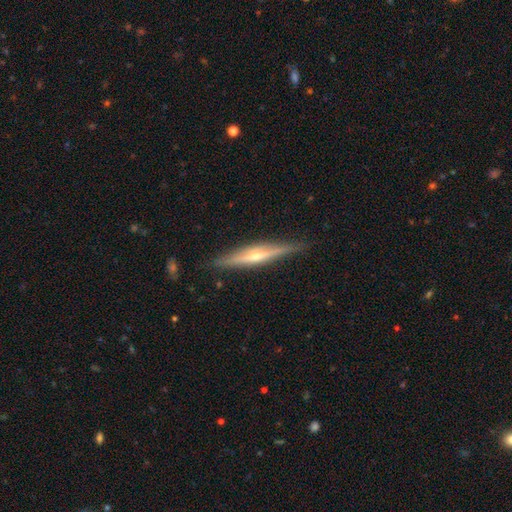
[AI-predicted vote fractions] smooth-or-featured: featured or disk: 74% | smooth: 20% | star or artifact: 6%
  disk-edge-on: yes: 97% | no: 3%
    edge-on-bulge: rounded: 81% | none: 14% | boxy: 6%
  merging: none: 87% | minor disturbance: 10% | major disturbance: 2% | merger: 1%